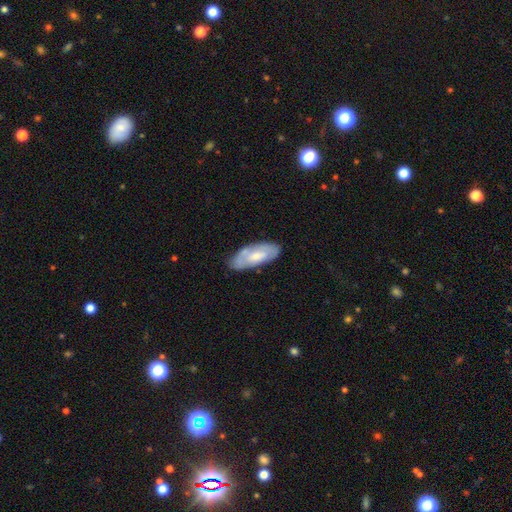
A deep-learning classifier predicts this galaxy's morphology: This is possibly a smooth galaxy (55%). How rounded: clearly in between (81%). Merging: likely none (71%).